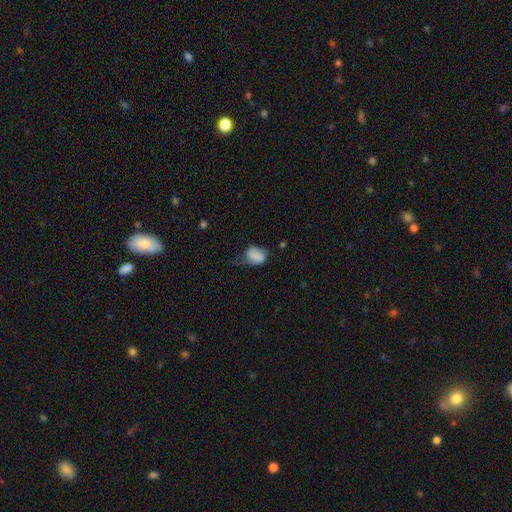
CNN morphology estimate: Smooth or featured? smooth (68%)
How rounded? in between (68%)
Merging? minor disturbance (39%)